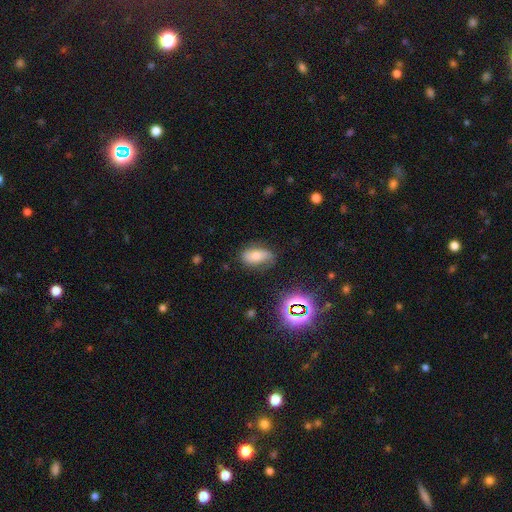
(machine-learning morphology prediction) The model was most divided on "smooth or featured": smooth: 61%, featured or disk: 24%, star or artifact: 16%. More confident: how rounded — in between (87%); merging — none (66%).